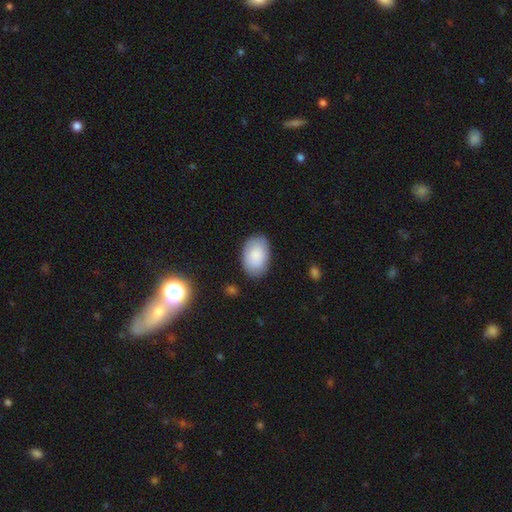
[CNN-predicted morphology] This appears to be a smooth galaxy with no disk features (86%) that is in between round and cigar-shaped (91%). Merging: none (84%).